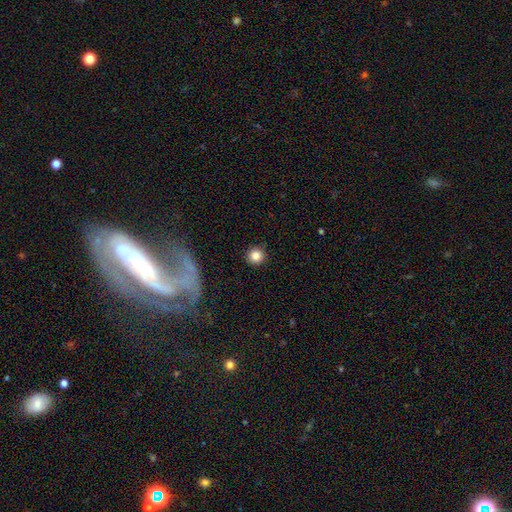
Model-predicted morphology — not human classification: Overall: smooth (83%). How rounded: round (95%). Merging: none (91%).